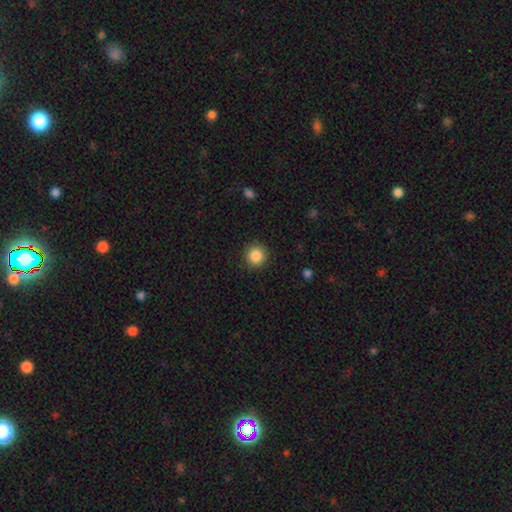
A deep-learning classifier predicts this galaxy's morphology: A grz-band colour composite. It shows a smooth galaxy with no disk features (87%) that is round (94%). Merging: none (91%).